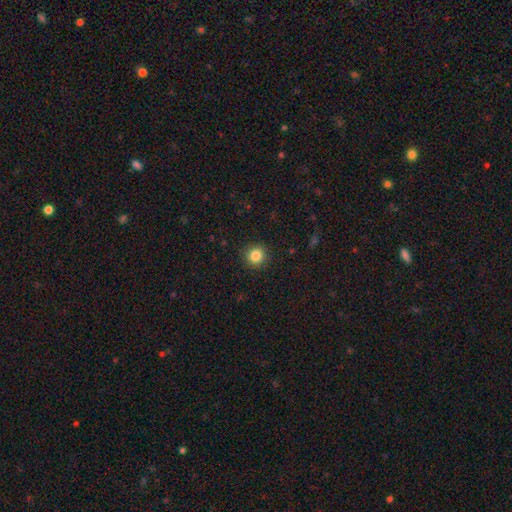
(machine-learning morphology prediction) smooth_or_featured: smooth (p=0.84) [alt: star or artifact p=0.11]
how_rounded: round (p=0.94) [alt: in between p=0.05]
merging: none (p=0.91) [alt: minor disturbance p=0.06]